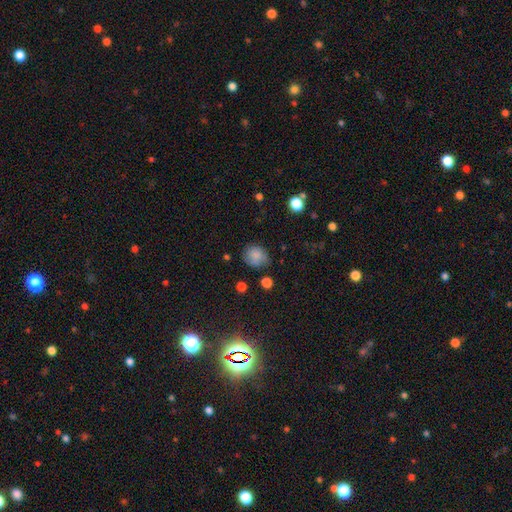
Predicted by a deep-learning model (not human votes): Q: Smooth or featured?
A: smooth (80%); runner-up: star or artifact (10%)
Q: How rounded?
A: round (73%); runner-up: in between (26%)
Q: Merging?
A: none (65%); runner-up: minor disturbance (25%)